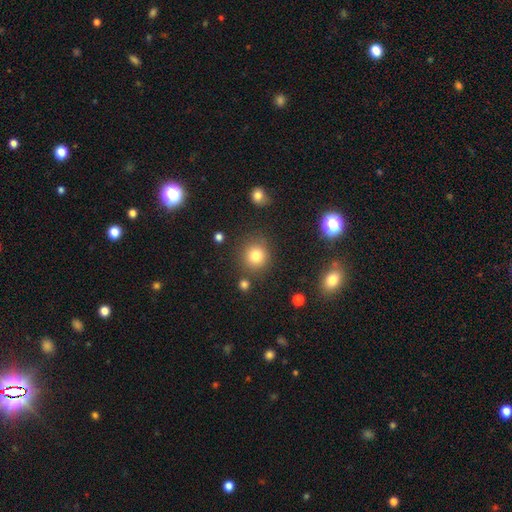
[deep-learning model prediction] Smooth or featured? Predicted: smooth (p=0.80). How rounded? Predicted: round (p=0.92). Merging? Predicted: none (p=0.83).